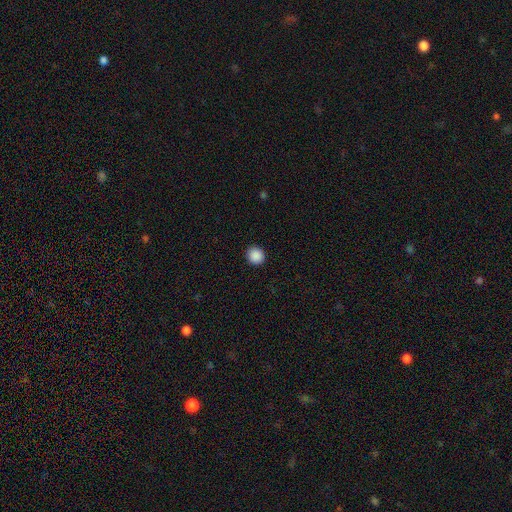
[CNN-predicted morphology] Overall: smooth (89%). How rounded: round (90%). Merging: none (92%).